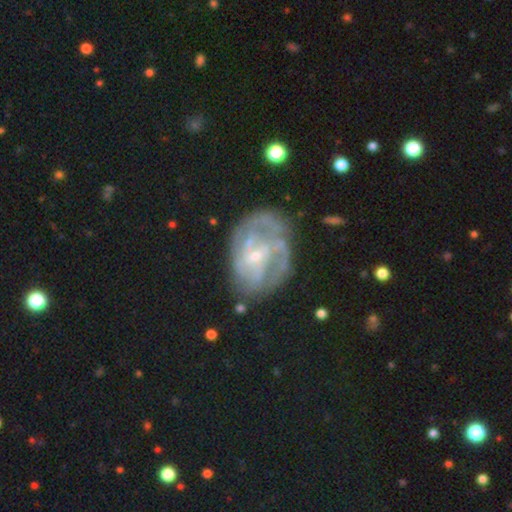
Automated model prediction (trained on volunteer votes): Smooth or featured? featured or disk (79%)
Edge-on disk? no (97%)
Bar? no (48%)
Spiral arms? yes (77%)
Spiral winding? tight (45%)
Spiral arm count? can't tell (42%)
Bulge size? small (73%)
Merging? none (55%)